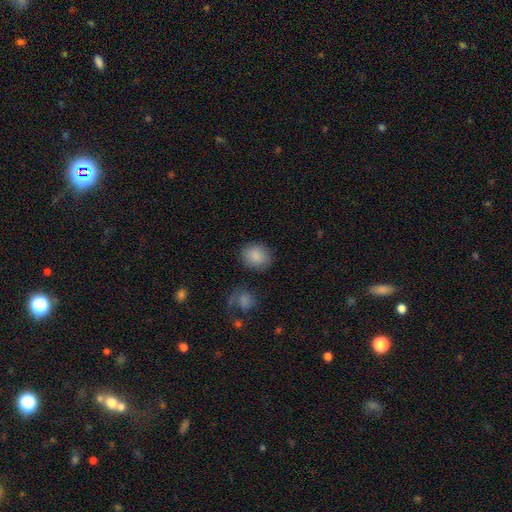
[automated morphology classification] This appears to be a smooth galaxy with no disk features (87%) that is round (58%). Merging: none (81%).